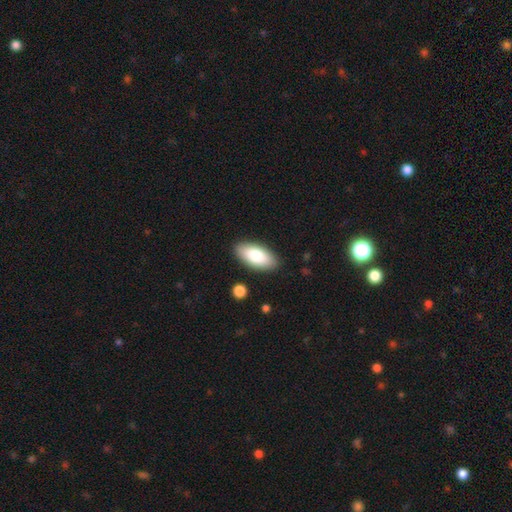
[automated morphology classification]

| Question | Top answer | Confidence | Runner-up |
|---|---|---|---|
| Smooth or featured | smooth | 81% | featured or disk (13%) |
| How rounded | in between | 90% | cigar-shaped (8%) |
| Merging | none | 88% | minor disturbance (8%) |